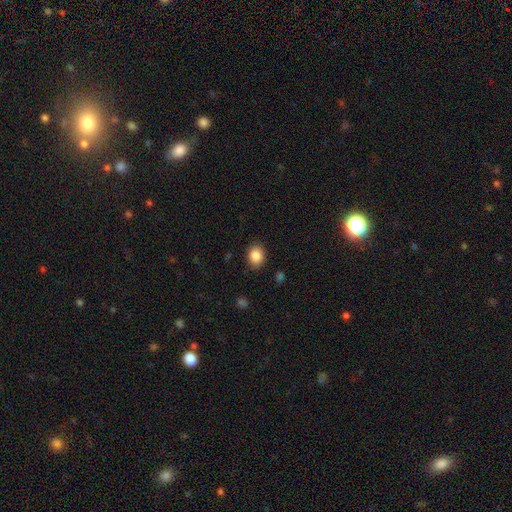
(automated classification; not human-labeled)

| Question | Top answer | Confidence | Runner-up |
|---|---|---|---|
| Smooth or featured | smooth | 86% | star or artifact (9%) |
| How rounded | round | 52% | in between (47%) |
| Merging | none | 87% | minor disturbance (9%) |